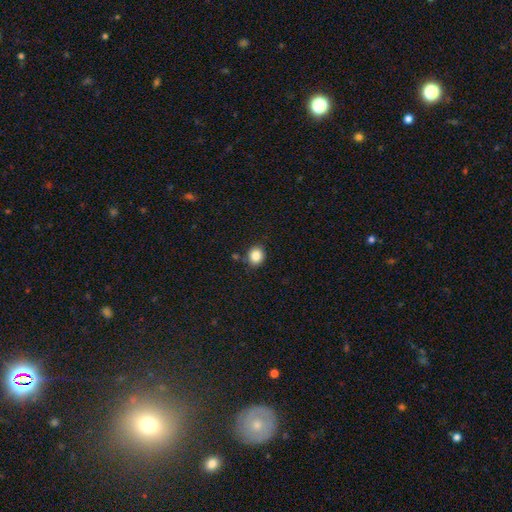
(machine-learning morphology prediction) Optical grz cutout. It shows a smooth galaxy with no disk features (86%) that is round (70%). Merging: none (84%).